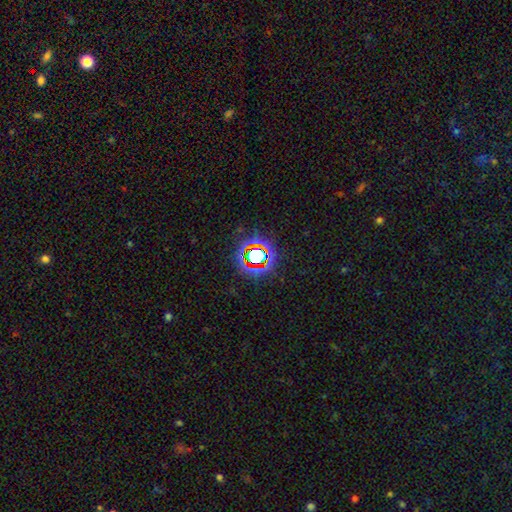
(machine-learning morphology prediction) Q: Smooth or featured?
A: star or artifact (68%); runner-up: smooth (20%)